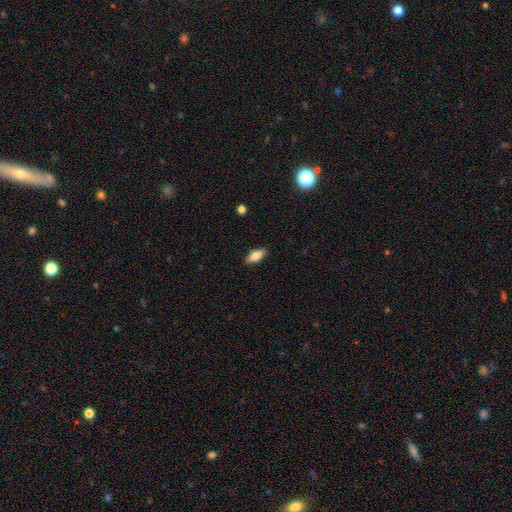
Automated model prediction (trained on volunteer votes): This is clearly a smooth galaxy (81%). How rounded: clearly in between (85%). Merging: clearly none (88%).